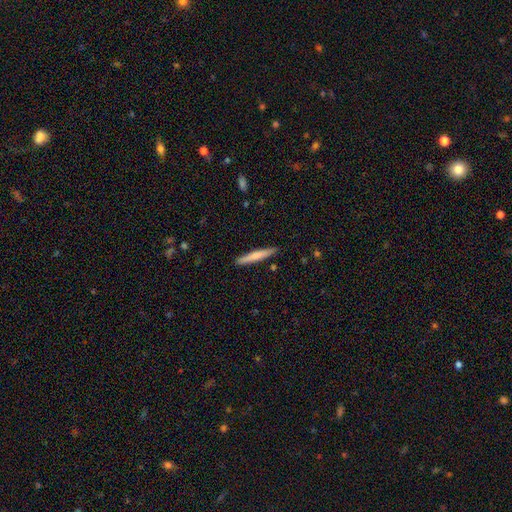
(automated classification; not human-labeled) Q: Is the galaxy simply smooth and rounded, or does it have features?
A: smooth — 67%.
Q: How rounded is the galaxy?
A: cigar-shaped — 95%.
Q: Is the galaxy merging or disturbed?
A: none — 89%.